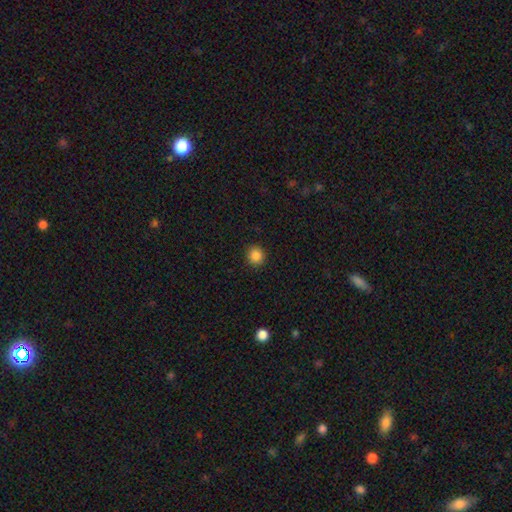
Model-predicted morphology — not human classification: A smooth galaxy with no disk features (86%) that is round (92%).

Vote fractions:
- Smooth or featured? smooth: 86% / star or artifact: 10% / featured or disk: 3%
- How rounded? round: 92% / in between: 8% / cigar-shaped: 1%
- Merging? none: 92% / minor disturbance: 5% / major disturbance: 2% / merger: 1%